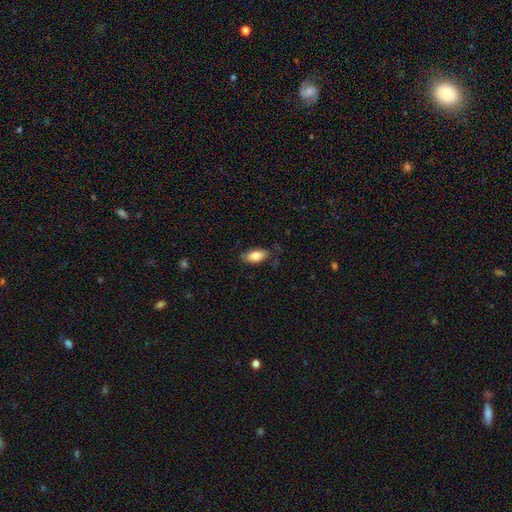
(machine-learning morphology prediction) Overall: smooth (81%). How rounded: in between (91%). Merging: none (75%).